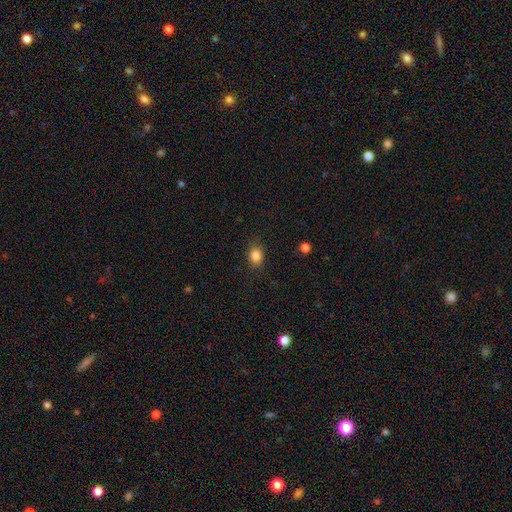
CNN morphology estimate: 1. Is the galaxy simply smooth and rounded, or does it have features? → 85% smooth, 10% star or artifact, 5% featured or disk.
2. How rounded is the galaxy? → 57% in between, 42% round, 1% cigar-shaped.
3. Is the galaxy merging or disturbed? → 85% none, 11% minor disturbance, 3% major disturbance, 1% merger.